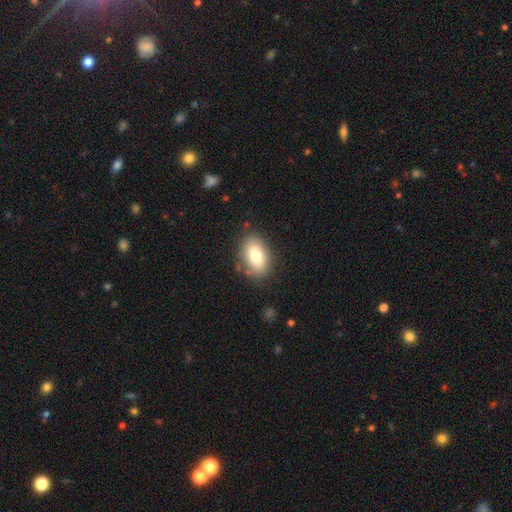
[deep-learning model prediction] smooth-or-featured: smooth: 79% | featured or disk: 13% | star or artifact: 7%
  how-rounded: in between: 90% | round: 5% | cigar-shaped: 4%
  merging: none: 82% | minor disturbance: 12% | major disturbance: 4% | merger: 2%